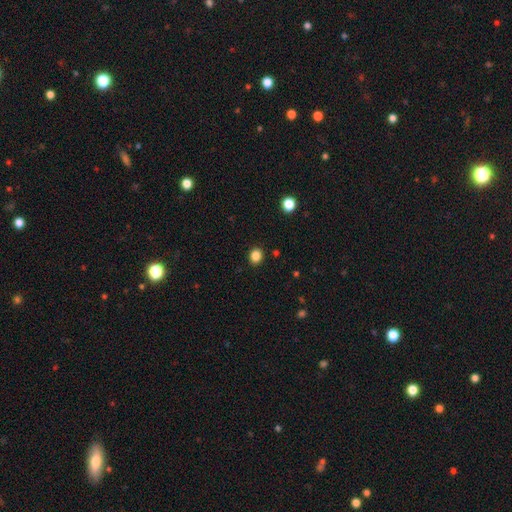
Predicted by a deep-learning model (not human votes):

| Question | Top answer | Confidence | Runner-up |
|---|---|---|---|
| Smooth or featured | smooth | 85% | star or artifact (11%) |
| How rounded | round | 67% | in between (32%) |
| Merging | none | 90% | minor disturbance (7%) |